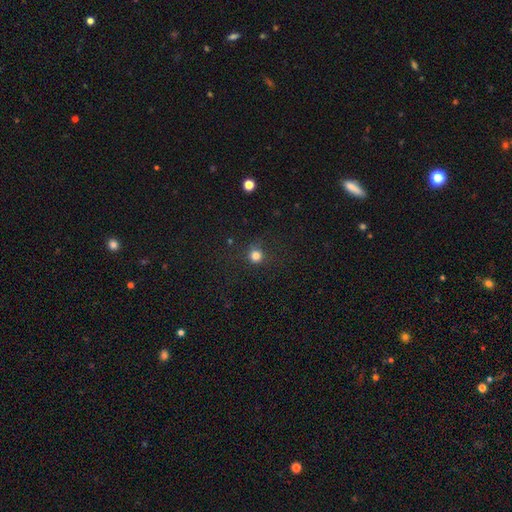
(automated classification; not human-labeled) Overall: smooth (81%). How rounded: round (92%). Merging: none (82%).